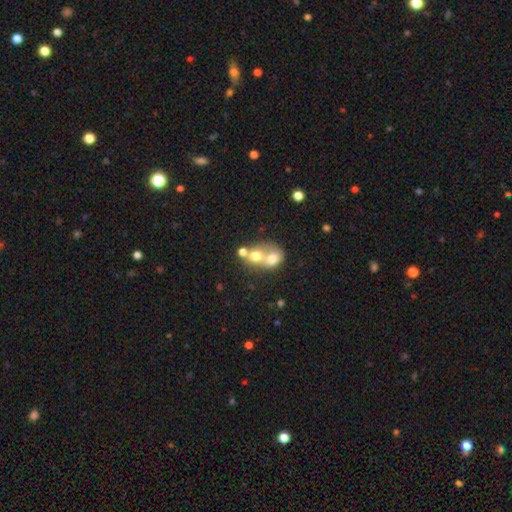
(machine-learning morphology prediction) Smooth or featured: smooth — 63% (featured or disk — 25%)
How rounded: round — 61% (in between — 38%)
Merging: merger — 71% (none — 19%)